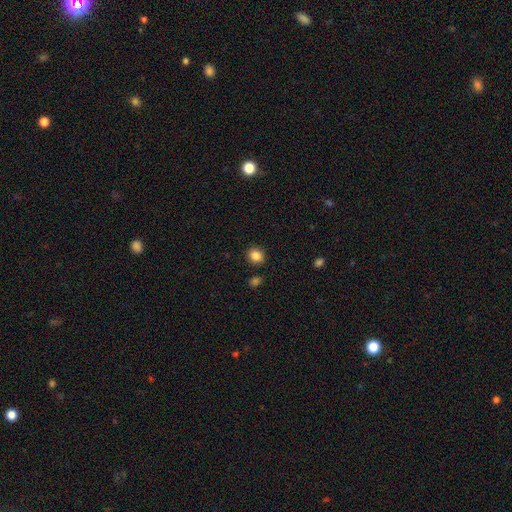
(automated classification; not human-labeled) Smooth or featured?
  - smooth: 86% *
  - star or artifact: 10%
  - featured or disk: 4%
How rounded?
  - round: 75% *
  - in between: 24%
  - cigar-shaped: 1%
Merging?
  - none: 87% *
  - minor disturbance: 8%
  - merger: 3%
  - major disturbance: 2%